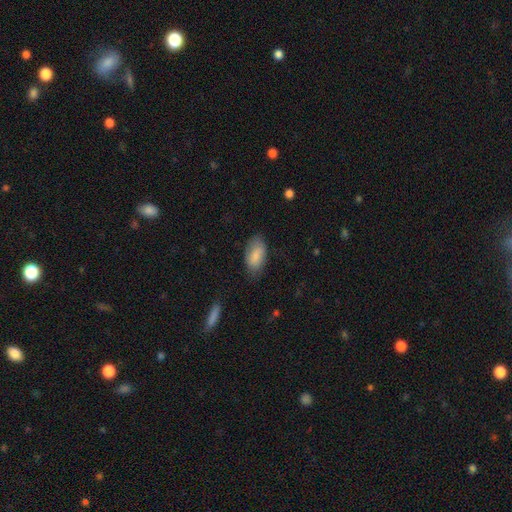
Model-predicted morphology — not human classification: Smooth or featured? Predicted: smooth (p=0.84). How rounded? Predicted: in between (p=0.93). Merging? Predicted: none (p=0.72).